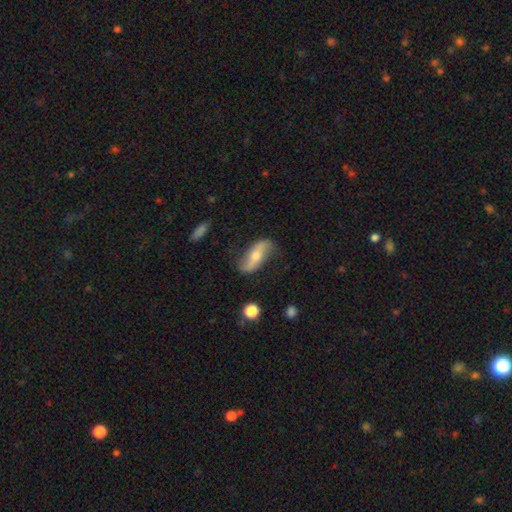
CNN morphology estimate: smooth-or-featured: featured or disk: 64% | smooth: 30% | star or artifact: 6%
  disk-edge-on: no: 81% | yes: 19%
    bar: no: 38% | strong: 34% | weak: 29%
    has-spiral-arms: yes: 82% | no: 18%
    bulge-size: moderate: 59% | small: 32% | large: 5% | none: 3% | dominant: 1%
  merging: none: 76% | minor disturbance: 17% | major disturbance: 5% | merger: 2%